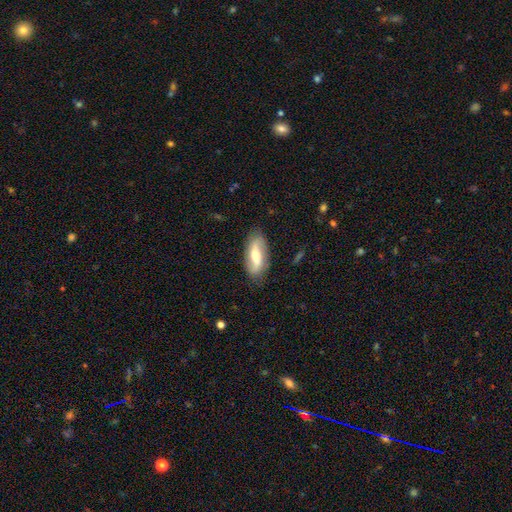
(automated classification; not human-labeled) Q: Smooth or featured?
A: featured or disk (55%); runner-up: smooth (39%)
Q: Edge-on disk?
A: no (84%); runner-up: yes (16%)
Q: Merging?
A: none (83%); runner-up: minor disturbance (13%)